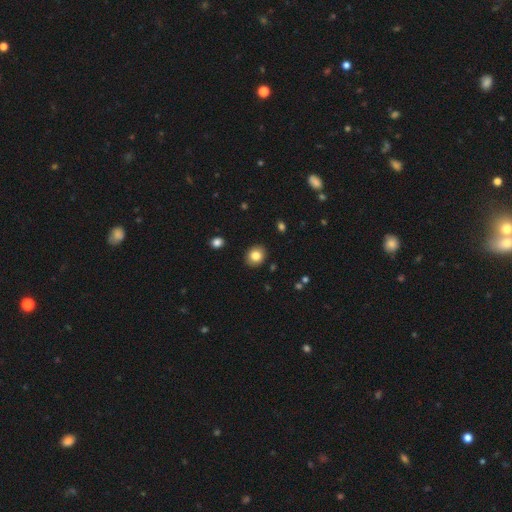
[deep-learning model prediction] The model was most divided on "how rounded": round: 72%, in between: 27%, cigar-shaped: 1%. More confident: merging — none (90%); smooth or featured — smooth (83%).